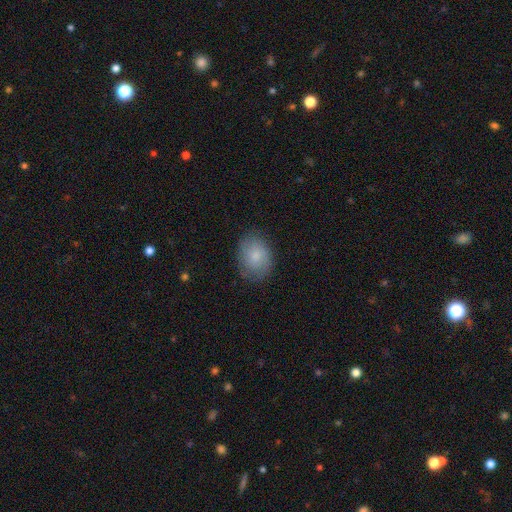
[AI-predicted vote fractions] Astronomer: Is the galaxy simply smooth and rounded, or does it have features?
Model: smooth — 78%.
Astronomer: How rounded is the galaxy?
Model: in between — 63%.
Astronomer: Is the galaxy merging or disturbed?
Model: none — 79%.